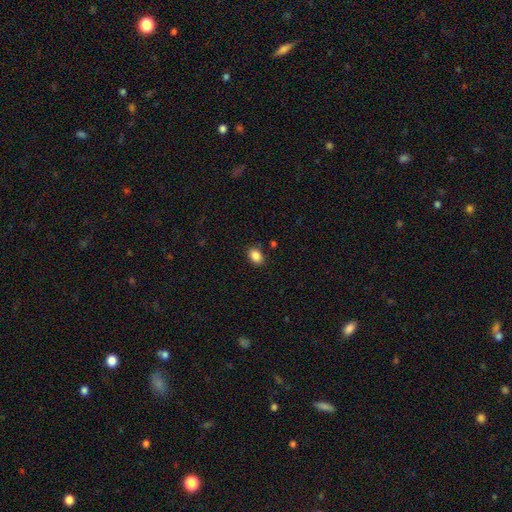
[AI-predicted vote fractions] This appears to be a smooth galaxy with no disk features (86%) that is in between round and cigar-shaped (72%). Merging: none (86%).